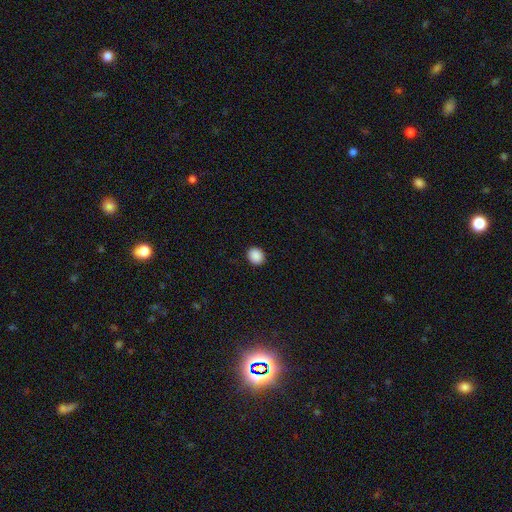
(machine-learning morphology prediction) Smooth or featured? smooth (89%)
How rounded? round (72%)
Merging? none (92%)